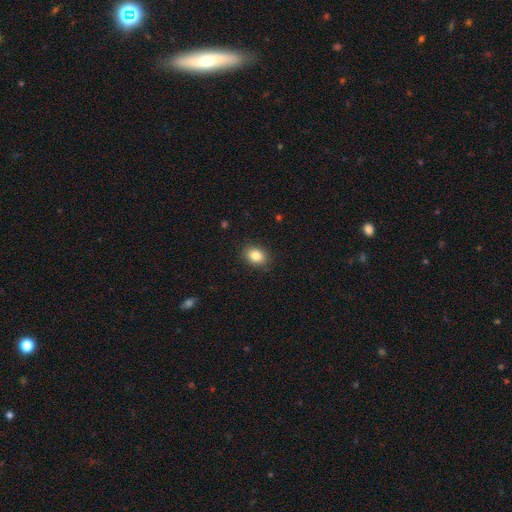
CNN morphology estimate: This is clearly a smooth galaxy (85%). How rounded: likely in between (70%). Merging: clearly none (87%).